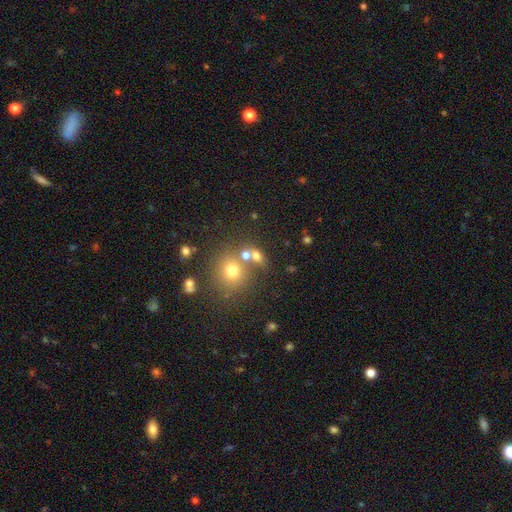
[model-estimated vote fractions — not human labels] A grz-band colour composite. It shows a smooth galaxy with no disk features (68%) that is round (50%). Merging: none (51%).